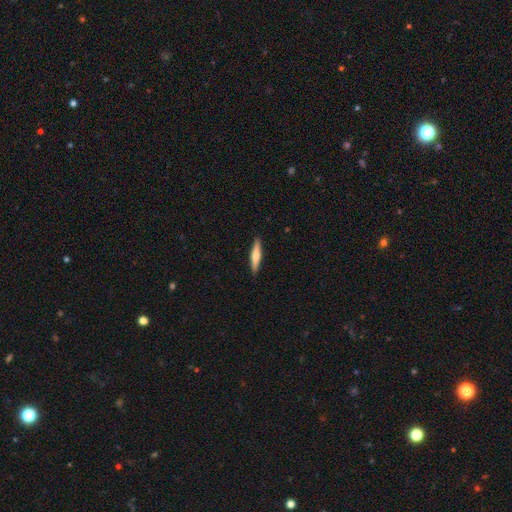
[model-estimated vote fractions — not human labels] Smooth or featured?
  - smooth: 53% *
  - featured or disk: 42%
  - star or artifact: 5%
How rounded?
  - cigar-shaped: 87% *
  - in between: 11%
  - round: 2%
Merging?
  - none: 90% *
  - minor disturbance: 7%
  - major disturbance: 1%
  - merger: 1%